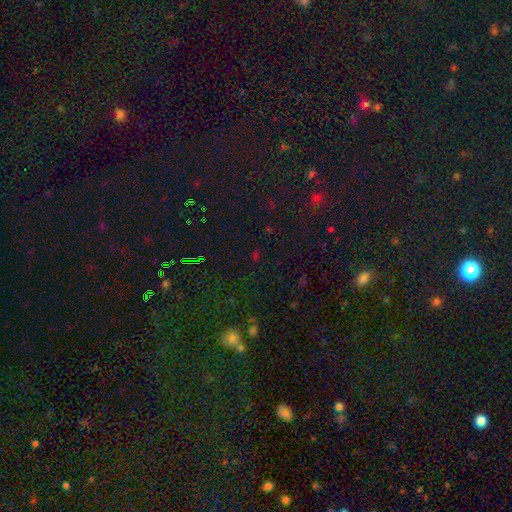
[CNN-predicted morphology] Smooth or featured? Predicted: star or artifact (p=0.66).